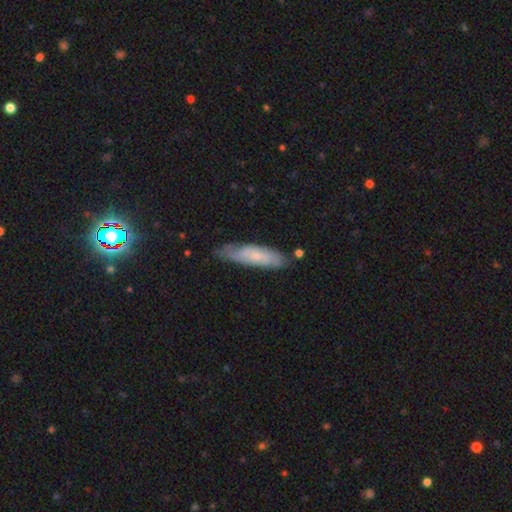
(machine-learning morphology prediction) Smooth or featured?
  - smooth: 49% *
  - featured or disk: 45%
  - star or artifact: 6%
Merging?
  - none: 66% *
  - minor disturbance: 26%
  - major disturbance: 5%
  - merger: 3%